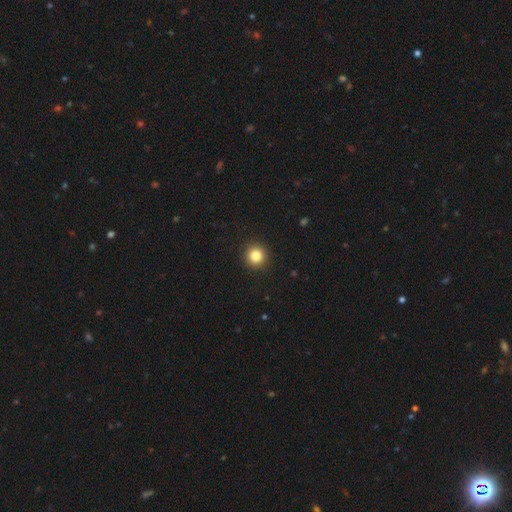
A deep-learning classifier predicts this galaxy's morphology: Q: Smooth or featured?
A: smooth (84%); runner-up: star or artifact (11%)
Q: How rounded?
A: round (95%); runner-up: in between (4%)
Q: Merging?
A: none (93%); runner-up: minor disturbance (5%)